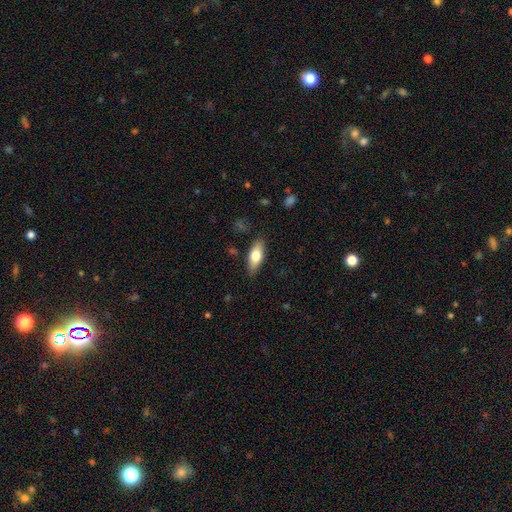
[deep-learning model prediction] A smooth galaxy with no disk features (68%) that is in between round and cigar-shaped (75%). Merging: none (85%).